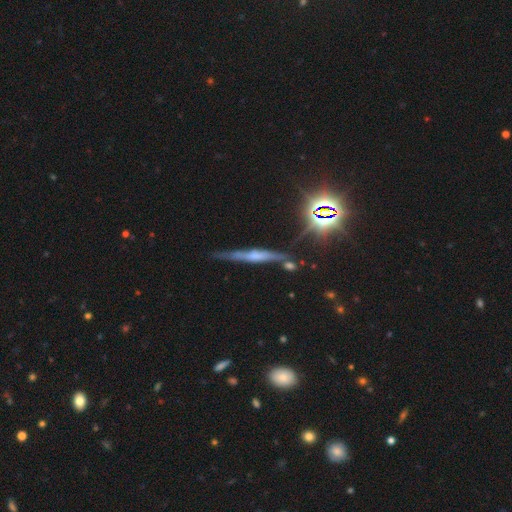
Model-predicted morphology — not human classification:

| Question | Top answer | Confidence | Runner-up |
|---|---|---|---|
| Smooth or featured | featured or disk | 54% | smooth (26%) |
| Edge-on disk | yes | 93% | no (7%) |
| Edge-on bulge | rounded | 52% | boxy (26%) |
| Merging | none | 75% | minor disturbance (15%) |